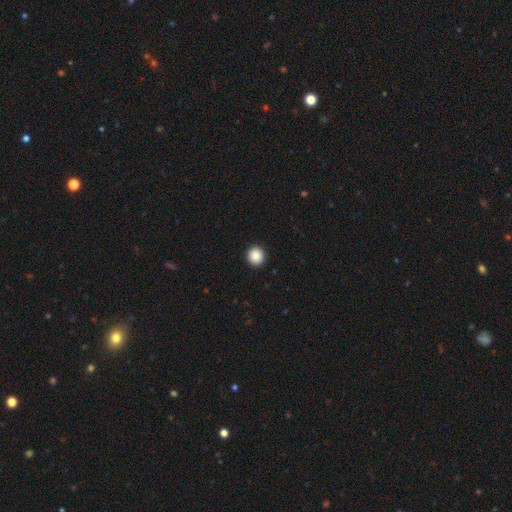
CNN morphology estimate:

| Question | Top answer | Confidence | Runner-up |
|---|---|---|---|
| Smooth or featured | smooth | 89% | star or artifact (9%) |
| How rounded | round | 93% | in between (6%) |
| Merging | none | 93% | minor disturbance (4%) |